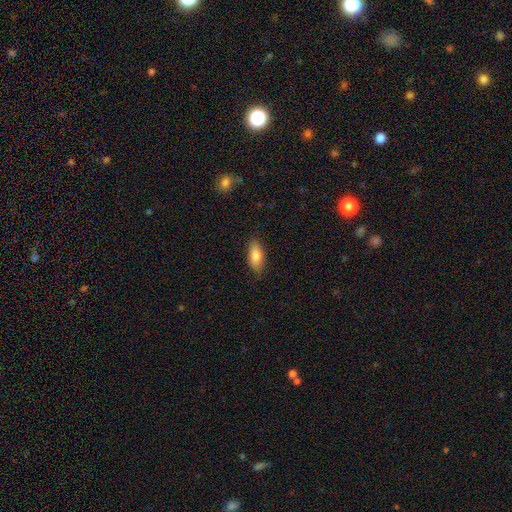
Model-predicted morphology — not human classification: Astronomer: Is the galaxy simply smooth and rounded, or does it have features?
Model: smooth — 81%.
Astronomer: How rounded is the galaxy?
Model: in between — 79%.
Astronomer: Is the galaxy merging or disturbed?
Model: none — 84%.